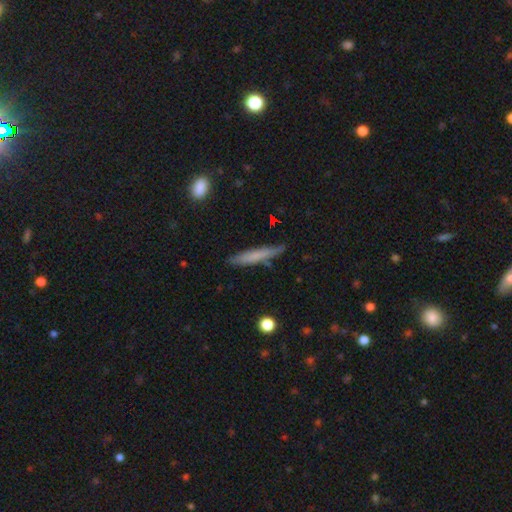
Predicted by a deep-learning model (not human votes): Smooth or featured?
  - smooth: 67% *
  - featured or disk: 27%
  - star or artifact: 6%
How rounded?
  - cigar-shaped: 93% *
  - in between: 5%
  - round: 2%
Merging?
  - none: 81% *
  - minor disturbance: 14%
  - major disturbance: 3%
  - merger: 2%